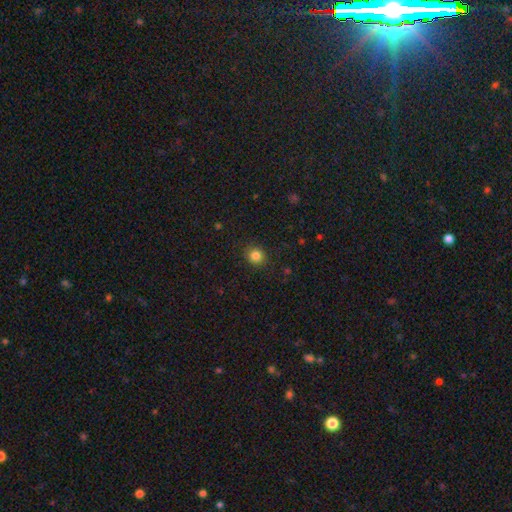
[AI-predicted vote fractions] smooth 84%, star or artifact 11%, featured or disk 4%. Down the decision tree: how rounded — round (87%); merging — none (90%).